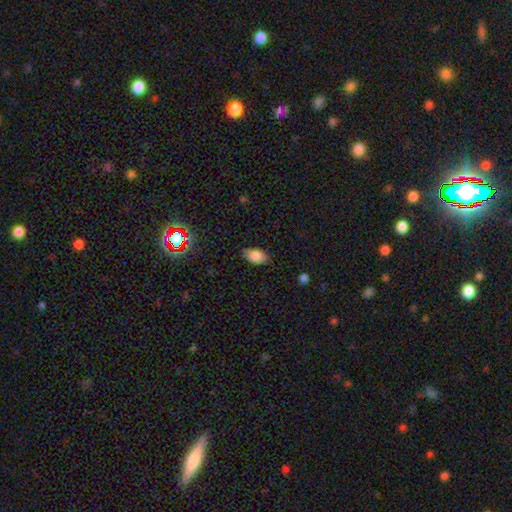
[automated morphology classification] Q: Smooth or featured?
A: smooth (83%); runner-up: featured or disk (8%)
Q: How rounded?
A: in between (92%); runner-up: round (6%)
Q: Merging?
A: none (82%); runner-up: minor disturbance (14%)